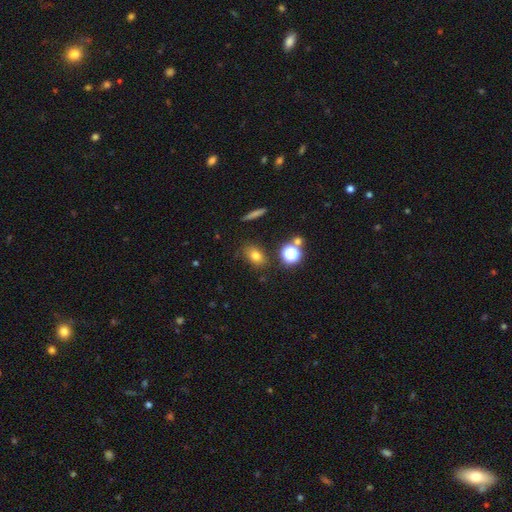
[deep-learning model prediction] The model was most divided on "how rounded": in between: 68%, round: 29%, cigar-shaped: 3%. More confident: merging — none (79%); smooth or featured — smooth (74%).